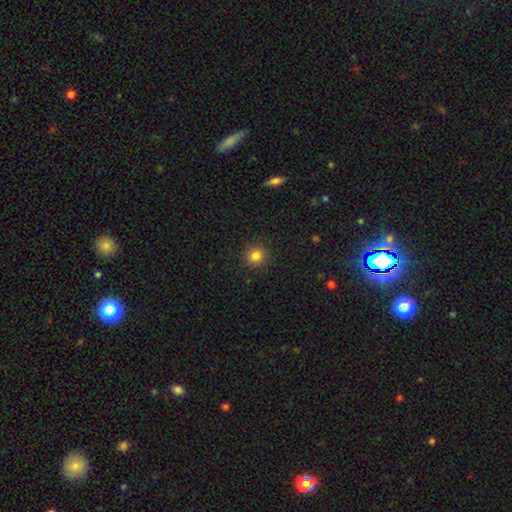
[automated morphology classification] Smooth or featured: smooth — 83% (star or artifact — 12%)
How rounded: round — 94% (in between — 5%)
Merging: none — 92% (minor disturbance — 5%)